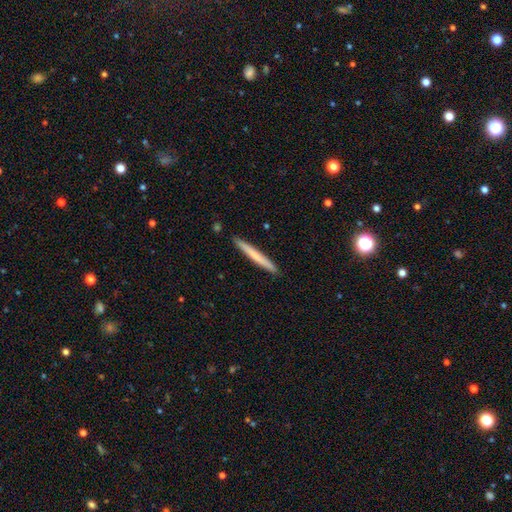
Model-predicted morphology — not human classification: Smooth or featured? Predicted: smooth (p=0.64). How rounded? Predicted: cigar-shaped (p=0.97). Merging? Predicted: none (p=0.92).